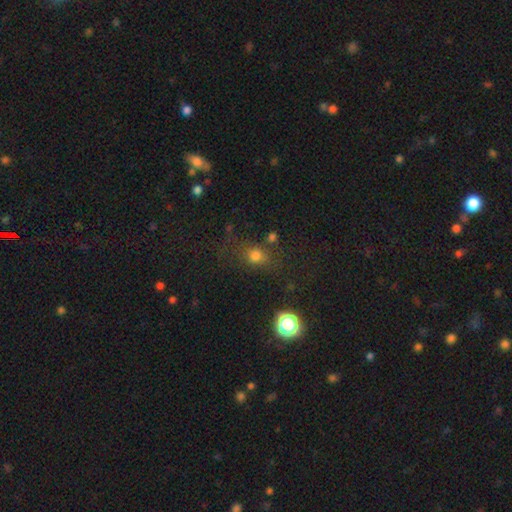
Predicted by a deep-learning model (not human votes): A smooth galaxy with no disk features (70%) that is round (64%).

Vote fractions:
- Smooth or featured? smooth: 70% / star or artifact: 20% / featured or disk: 10%
- How rounded? round: 64% / in between: 33% / cigar-shaped: 3%
- Merging? none: 64% / minor disturbance: 16% / major disturbance: 11% / merger: 9%